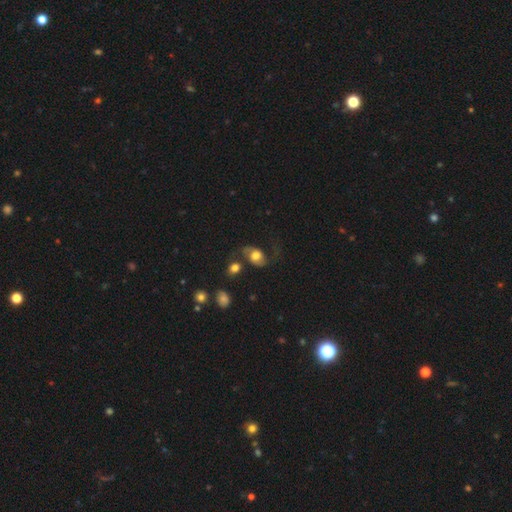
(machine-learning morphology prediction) Overall: featured or disk (49%; smooth 43%). Merging: none (54%; minor disturbance 19%).